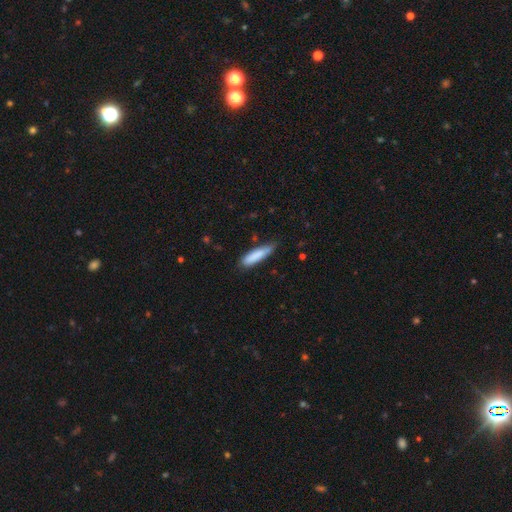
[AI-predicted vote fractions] Smooth or featured?
  - smooth: 84% *
  - featured or disk: 10%
  - star or artifact: 6%
How rounded?
  - cigar-shaped: 74% *
  - in between: 25%
  - round: 1%
Merging?
  - none: 67% *
  - minor disturbance: 26%
  - major disturbance: 4%
  - merger: 2%